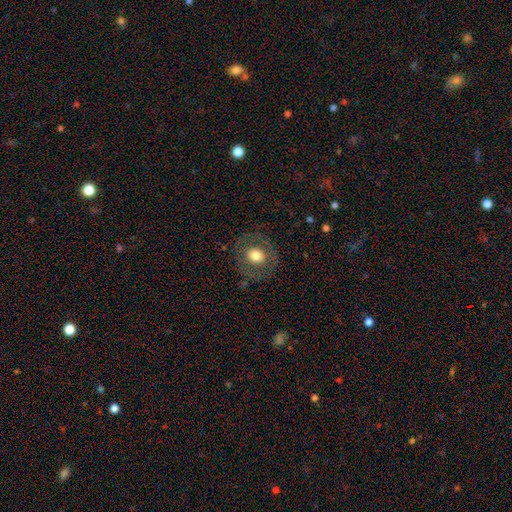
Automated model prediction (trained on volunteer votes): The model was most divided on "smooth or featured": smooth: 64%, featured or disk: 27%, star or artifact: 9%. More confident: merging — none (81%); how rounded — round (78%).